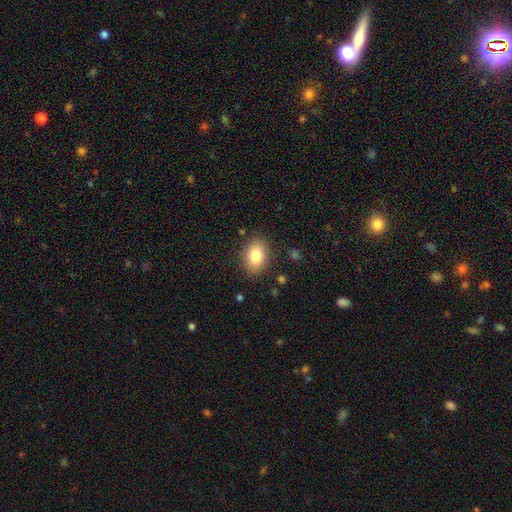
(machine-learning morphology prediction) type=smooth (81%); roundness=in between (81%); merging=none (85%).